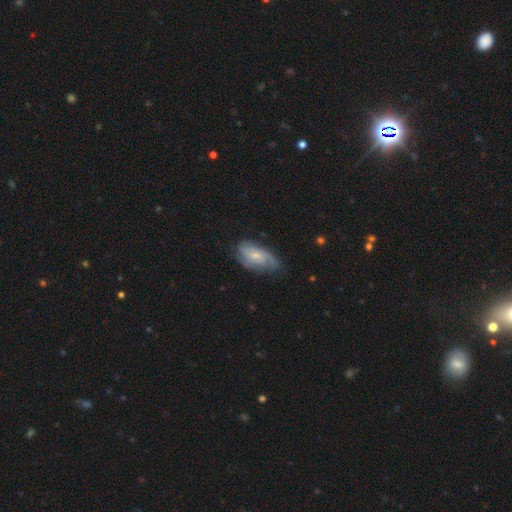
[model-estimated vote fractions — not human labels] Smooth or featured?
  - featured or disk: 57% *
  - smooth: 36%
  - star or artifact: 7%
Edge-on disk?
  - no: 93% *
  - yes: 7%
Bar?
  - no: 64% *
  - weak: 31%
  - strong: 5%
Spiral arms?
  - yes: 81% *
  - no: 19%
Bulge size?
  - small: 62% *
  - moderate: 32%
  - none: 4%
  - large: 1%
  - dominant: 1%
Merging?
  - none: 52% *
  - minor disturbance: 34%
  - major disturbance: 13%
  - merger: 2%